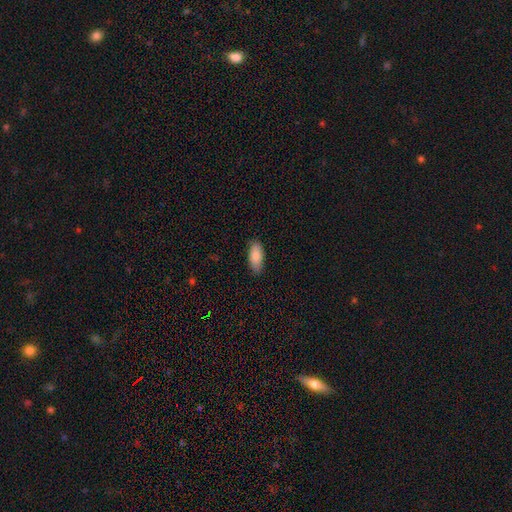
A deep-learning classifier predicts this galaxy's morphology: Smooth or featured? smooth (86%)
How rounded? in between (88%)
Merging? none (84%)